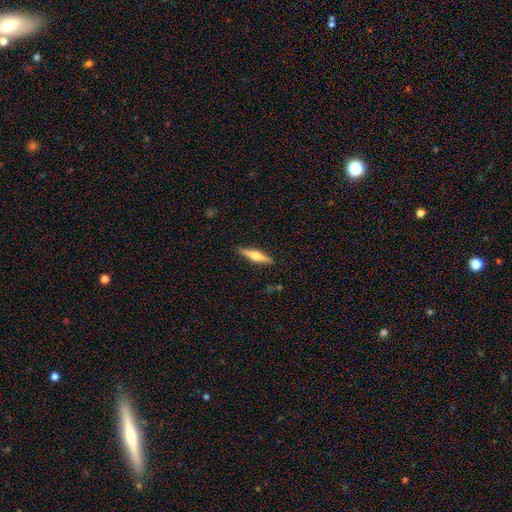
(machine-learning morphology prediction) A featured or disk galaxy (52%) viewed edge-on (96%) with a rounded central bulge (88%). Merging: none (89%).